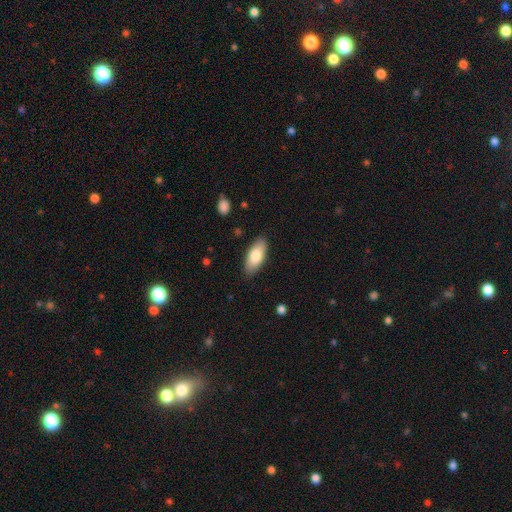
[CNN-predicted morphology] This appears to be a smooth galaxy with no disk features (78%) that is in between round and cigar-shaped (83%). Merging: none (87%).